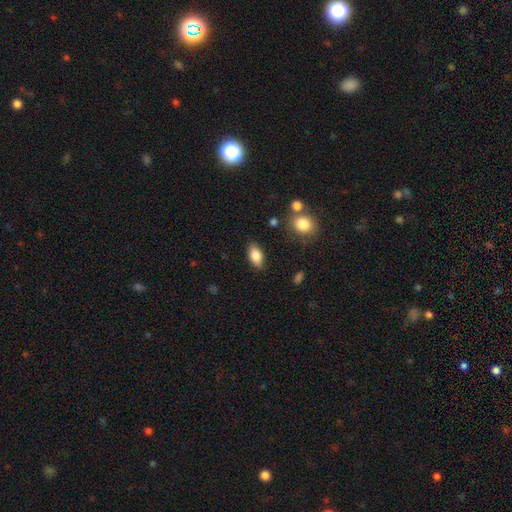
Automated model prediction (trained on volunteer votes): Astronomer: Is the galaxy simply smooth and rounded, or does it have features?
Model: smooth — 81%.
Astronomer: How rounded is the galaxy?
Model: in between — 89%.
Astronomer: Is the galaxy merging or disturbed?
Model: none — 85%.